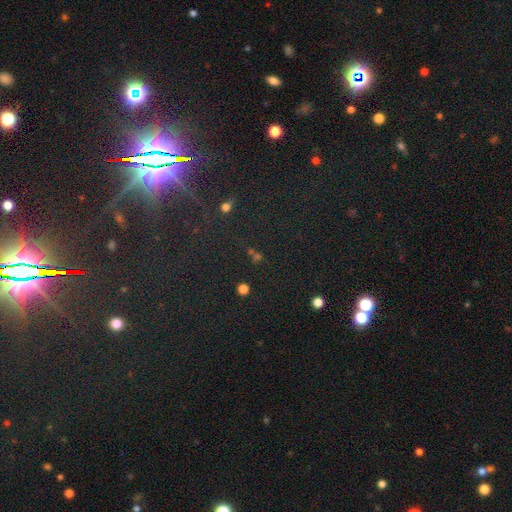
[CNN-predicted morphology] Smooth or featured: star or artifact — 67% (smooth — 22%)